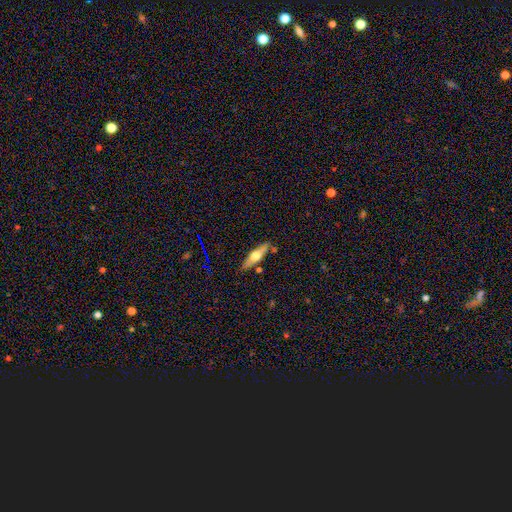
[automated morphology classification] Overall: featured or disk (56%; smooth 37%). Edge-on disk: yes (92%). Edge-on bulge: rounded (93%). Merging: none (81%).